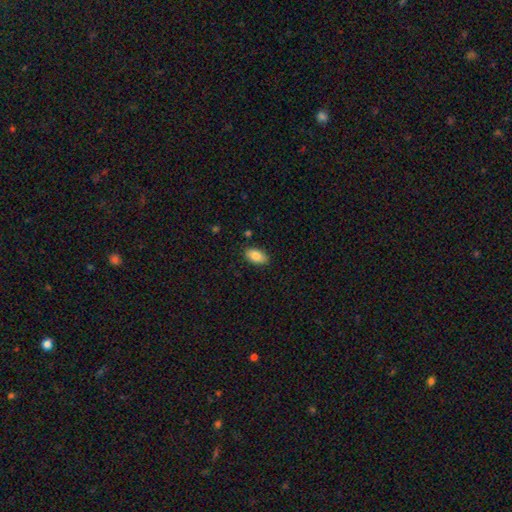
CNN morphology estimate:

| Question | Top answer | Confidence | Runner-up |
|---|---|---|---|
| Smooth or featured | smooth | 85% | featured or disk (8%) |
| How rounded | in between | 93% | round (5%) |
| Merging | none | 86% | minor disturbance (11%) |